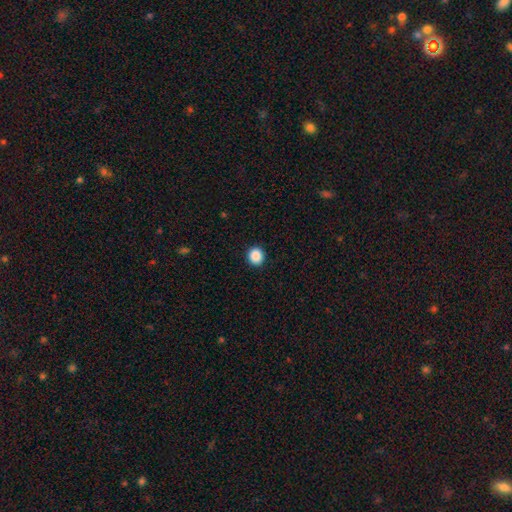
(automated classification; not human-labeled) Smooth or featured? smooth (89%)
How rounded? round (87%)
Merging? none (92%)